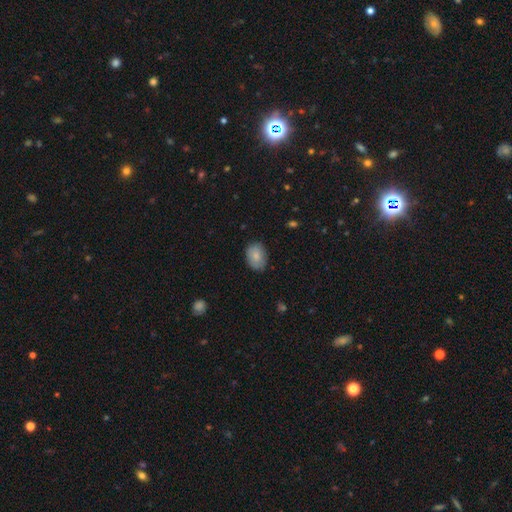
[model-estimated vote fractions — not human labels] Smooth or featured? Predicted: smooth (p=0.82). How rounded? Predicted: in between (p=0.74). Merging? Predicted: none (p=0.81).